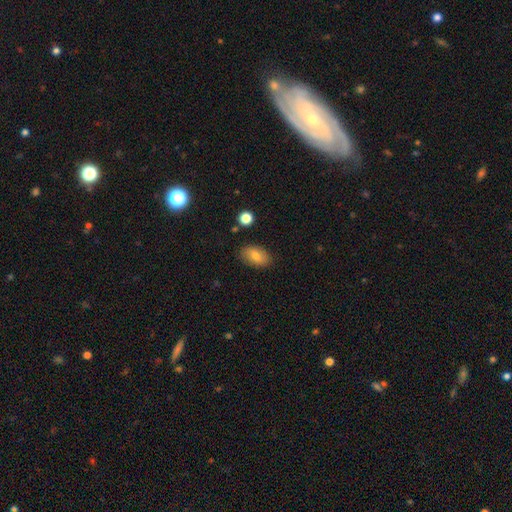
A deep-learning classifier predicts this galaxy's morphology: smooth-or-featured: smooth: 75% | featured or disk: 16% | star or artifact: 9%
  how-rounded: in between: 90% | round: 8% | cigar-shaped: 2%
  merging: none: 85% | minor disturbance: 11% | major disturbance: 2% | merger: 2%